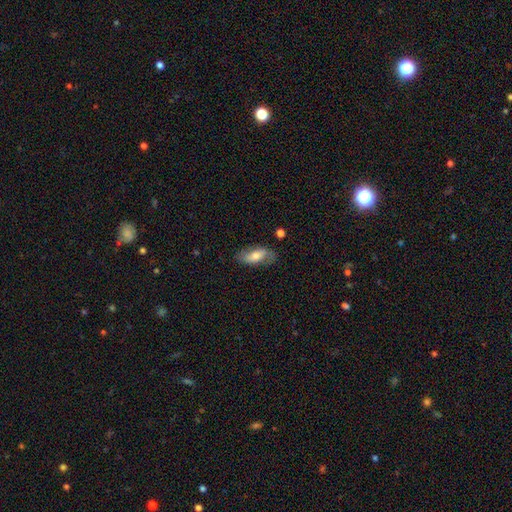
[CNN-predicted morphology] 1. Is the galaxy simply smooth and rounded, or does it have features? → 53% smooth, 40% featured or disk, 7% star or artifact.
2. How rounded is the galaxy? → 85% in between, 11% cigar-shaped, 4% round.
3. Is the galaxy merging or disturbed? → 74% none, 19% minor disturbance, 5% major disturbance, 2% merger.